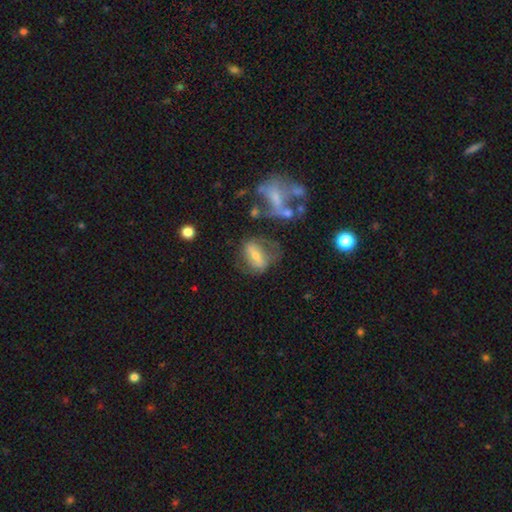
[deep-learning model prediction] The model was most divided on "smooth or featured": featured or disk: 50%, smooth: 41%, star or artifact: 9%. Remaining: edge-on disk — no (86%); merging — none (47%).